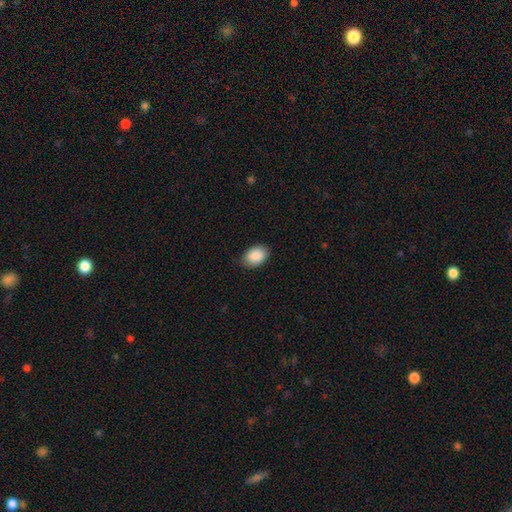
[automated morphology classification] Smooth or featured? smooth (90%)
How rounded? in between (82%)
Merging? none (83%)